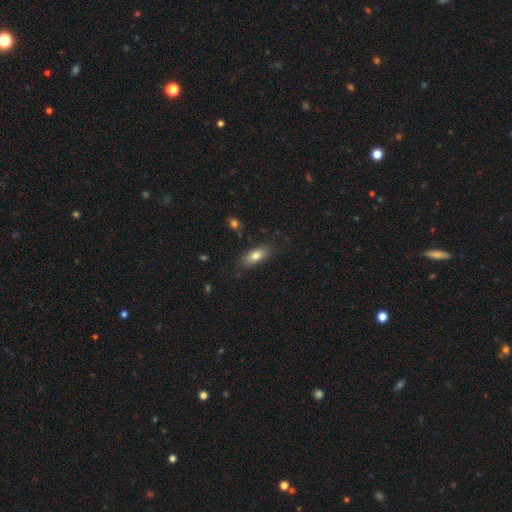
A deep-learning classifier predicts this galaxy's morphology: The model was most divided on "smooth or featured": smooth: 77%, featured or disk: 16%, star or artifact: 7%. More confident: how rounded — in between (82%); merging — none (79%).